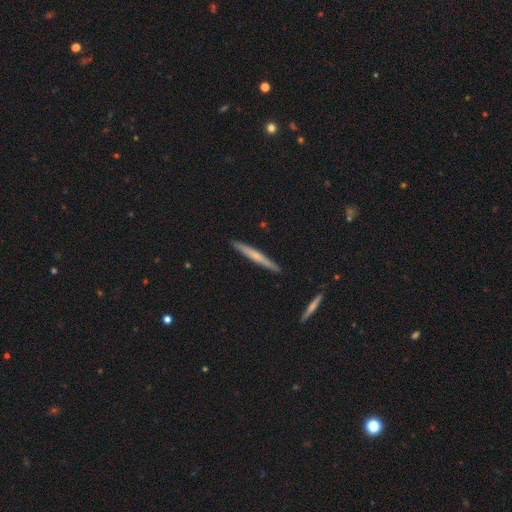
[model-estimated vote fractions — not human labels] The model was most divided on "smooth or featured": featured or disk: 49%, smooth: 45%, star or artifact: 6%. More confident: merging — none (91%).